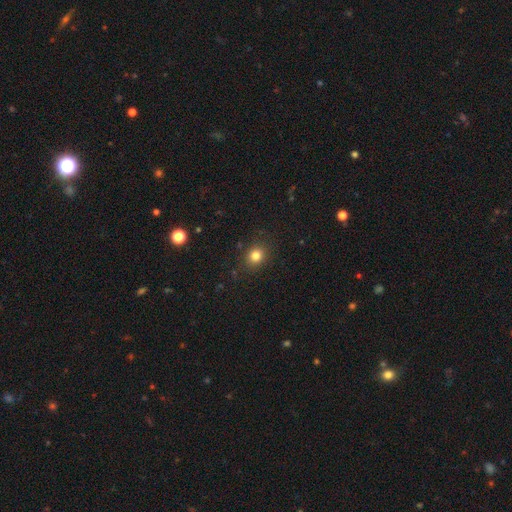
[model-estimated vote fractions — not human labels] Smooth or featured? Predicted: smooth (p=0.81). How rounded? Predicted: round (p=0.70). Merging? Predicted: none (p=0.86).